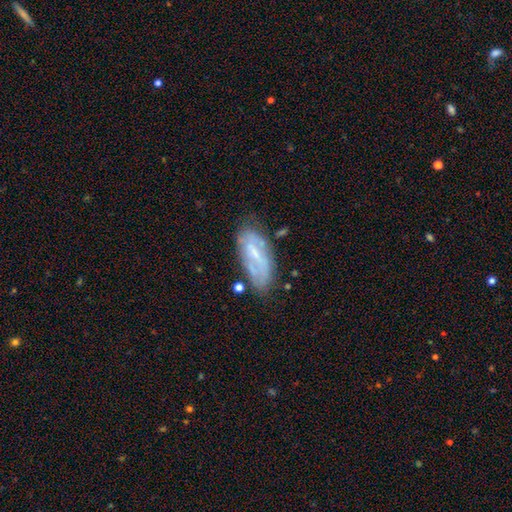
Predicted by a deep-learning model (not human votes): This is likely a featured or disk galaxy (62%). It is clearly not viewed edge-on (89%). Bar: marginally weak (44%). Spiral arm pattern: likely yes (67%). Central bulge: possibly small (56%). Merging: likely none (61%).